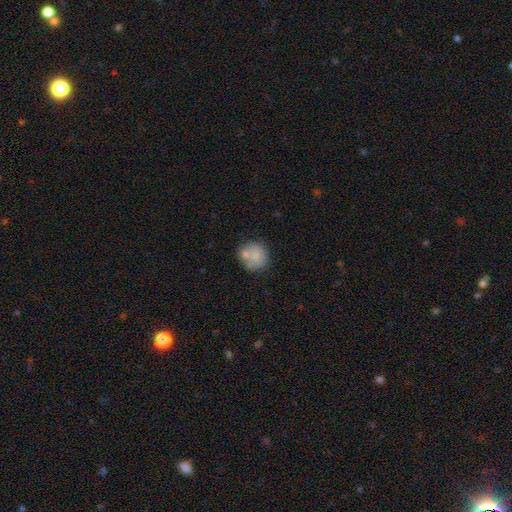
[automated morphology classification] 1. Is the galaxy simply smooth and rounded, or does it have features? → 74% smooth, 18% featured or disk, 8% star or artifact.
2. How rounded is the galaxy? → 86% round, 13% in between, 1% cigar-shaped.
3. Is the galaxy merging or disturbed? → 55% none, 26% merger, 14% minor disturbance, 5% major disturbance.